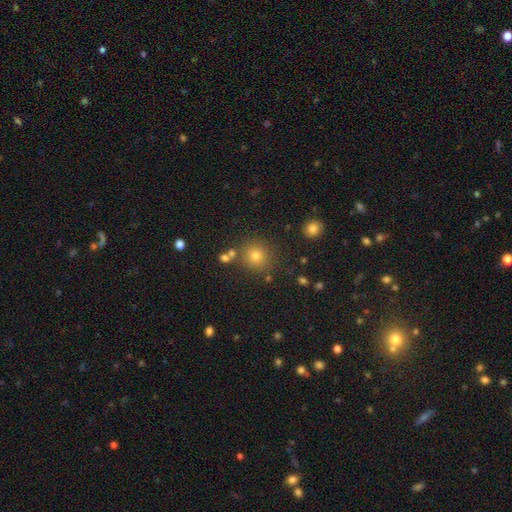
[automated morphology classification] type=smooth (72%); roundness=round (90%); merging=none (81%).